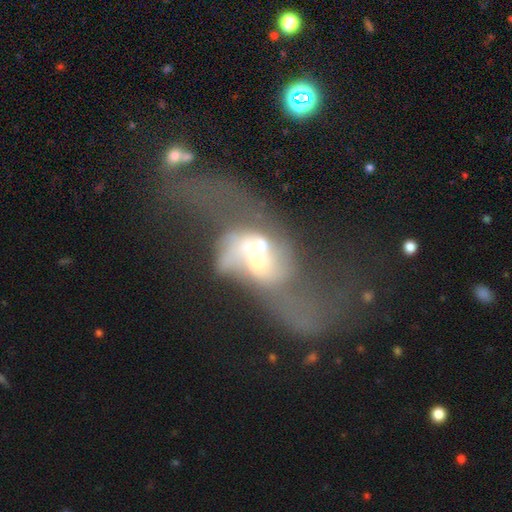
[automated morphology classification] Smooth or featured?
  - featured or disk: 68% *
  - smooth: 21%
  - star or artifact: 10%
Edge-on disk?
  - no: 96% *
  - yes: 4%
Bar?
  - no: 63% *
  - weak: 26%
  - strong: 12%
Spiral arms?
  - yes: 56% *
  - no: 44%
Bulge size?
  - moderate: 50% *
  - small: 23%
  - large: 16%
  - none: 6%
  - dominant: 4%
Merging?
  - merger: 59% *
  - major disturbance: 30%
  - none: 7%
  - minor disturbance: 4%